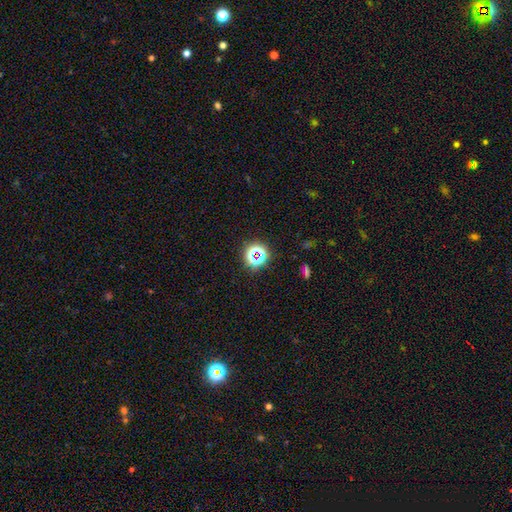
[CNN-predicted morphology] Overall: star or artifact (62%; smooth 28%).